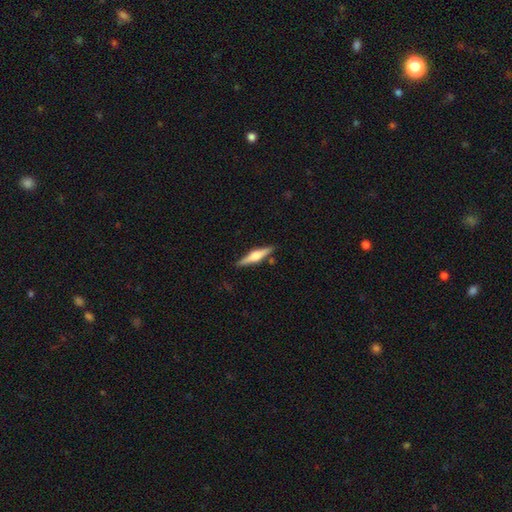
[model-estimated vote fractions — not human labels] This appears to be a featured or disk galaxy (68%) viewed edge-on (97%) with a rounded central bulge (91%). Merging: none (88%).